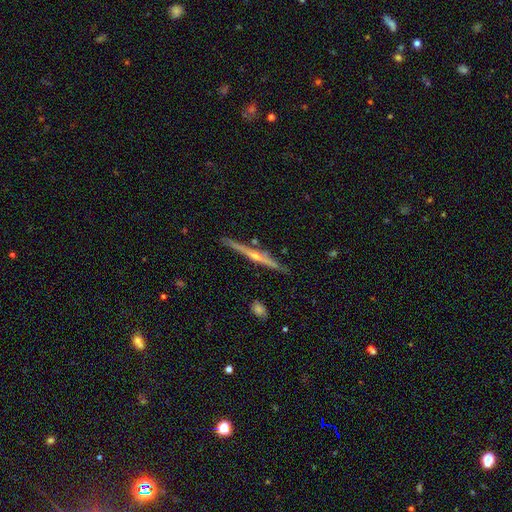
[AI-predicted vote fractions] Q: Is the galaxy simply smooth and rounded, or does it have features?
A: featured or disk — 77%.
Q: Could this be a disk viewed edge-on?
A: yes — 98%.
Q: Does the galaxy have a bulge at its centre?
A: rounded — 77%.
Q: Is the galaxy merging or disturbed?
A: none — 88%.